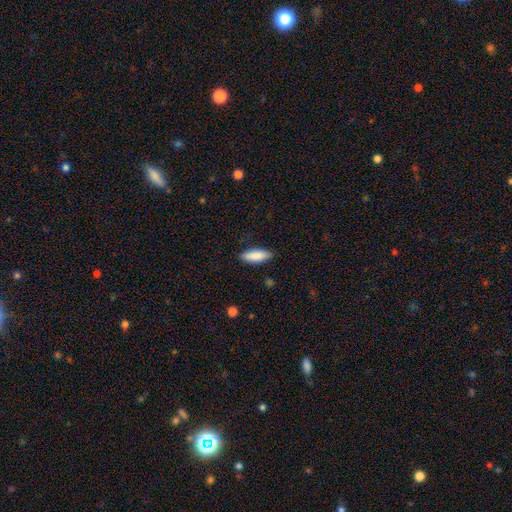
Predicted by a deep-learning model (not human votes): Smooth or featured?
  - smooth: 87% *
  - featured or disk: 7%
  - star or artifact: 6%
How rounded?
  - in between: 66% *
  - cigar-shaped: 32%
  - round: 2%
Merging?
  - none: 85% *
  - minor disturbance: 11%
  - major disturbance: 2%
  - merger: 1%